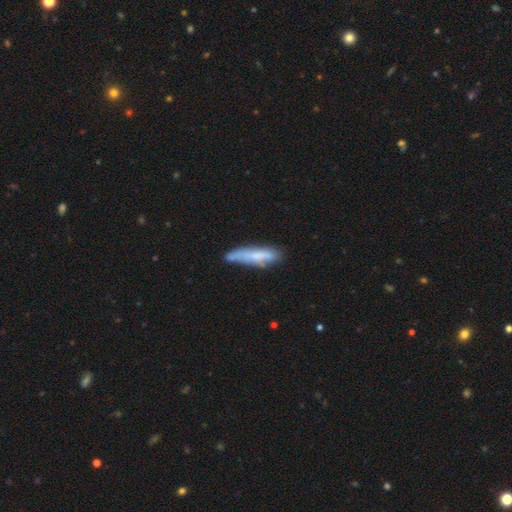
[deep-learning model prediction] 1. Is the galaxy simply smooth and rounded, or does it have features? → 64% smooth, 29% featured or disk, 7% star or artifact.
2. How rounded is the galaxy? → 84% cigar-shaped, 15% in between, 1% round.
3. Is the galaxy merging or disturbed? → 63% none, 26% minor disturbance, 6% major disturbance, 4% merger.